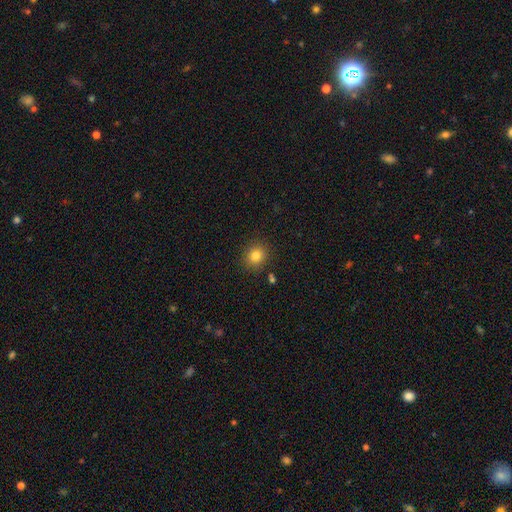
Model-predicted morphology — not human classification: This is clearly a smooth galaxy (82%). How rounded: likely round (78%). Merging: clearly none (87%).